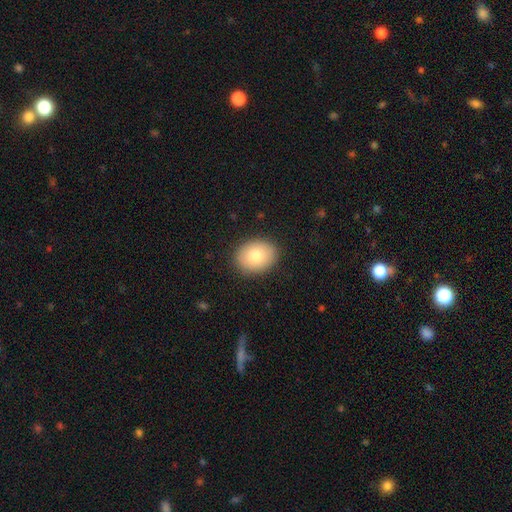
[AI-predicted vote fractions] Smooth or featured?
  - smooth: 79% *
  - featured or disk: 14%
  - star or artifact: 8%
How rounded?
  - in between: 57% *
  - round: 42%
  - cigar-shaped: 1%
Merging?
  - none: 89% *
  - minor disturbance: 8%
  - major disturbance: 2%
  - merger: 1%